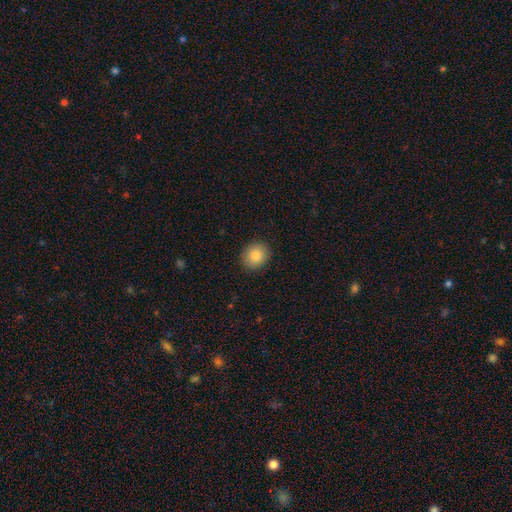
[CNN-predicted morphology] Smooth or featured? smooth (86%)
How rounded? round (67%)
Merging? none (90%)